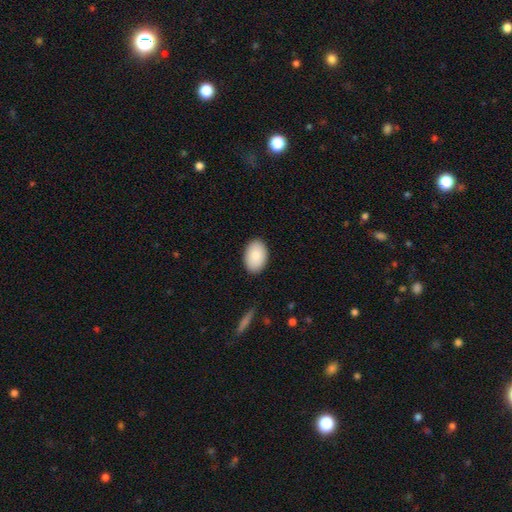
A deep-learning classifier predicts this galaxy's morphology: smooth_or_featured: smooth (p=0.89) [alt: star or artifact p=0.06]
how_rounded: in between (p=0.90) [alt: round p=0.09]
merging: none (p=0.89) [alt: minor disturbance p=0.08]